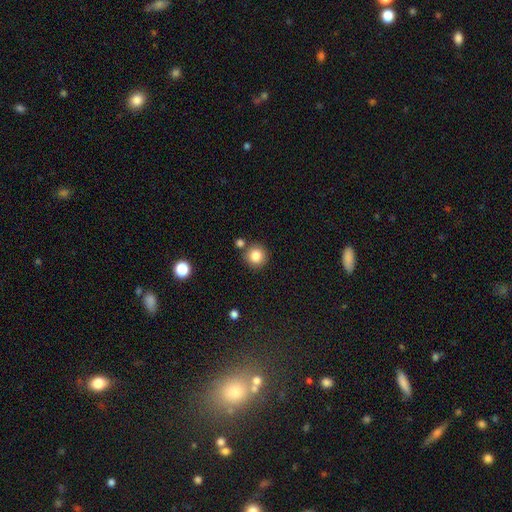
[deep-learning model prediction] Smooth or featured?
  - smooth: 83% *
  - star or artifact: 10%
  - featured or disk: 6%
How rounded?
  - round: 94% *
  - in between: 5%
  - cigar-shaped: 1%
Merging?
  - none: 81% *
  - merger: 9%
  - minor disturbance: 8%
  - major disturbance: 2%